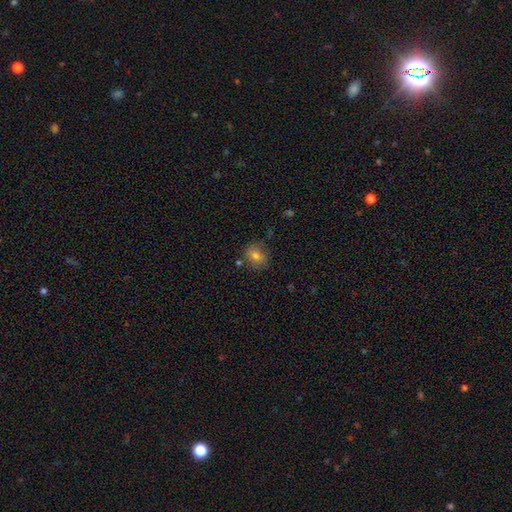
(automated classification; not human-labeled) Morphology: type=smooth (75%); roundness=round (67%); merging=none (77%).